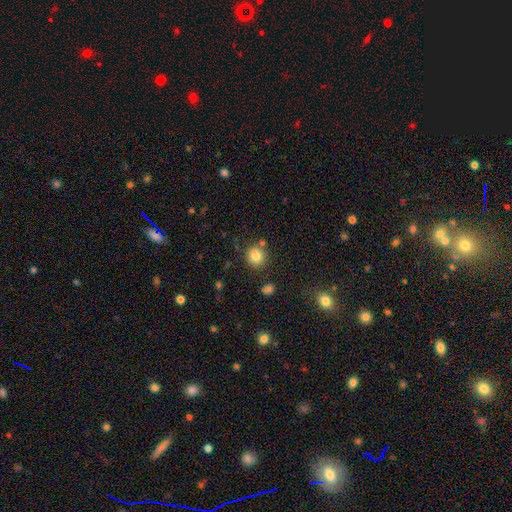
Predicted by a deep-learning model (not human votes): This is clearly a smooth galaxy (83%). How rounded: clearly round (83%). Merging: likely none (78%).